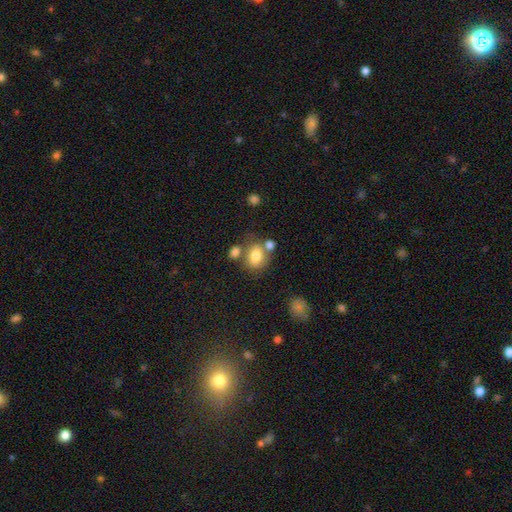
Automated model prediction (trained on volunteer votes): A smooth galaxy with no disk features (78%) that is in between round and cigar-shaped (64%). Merging: none (52%).